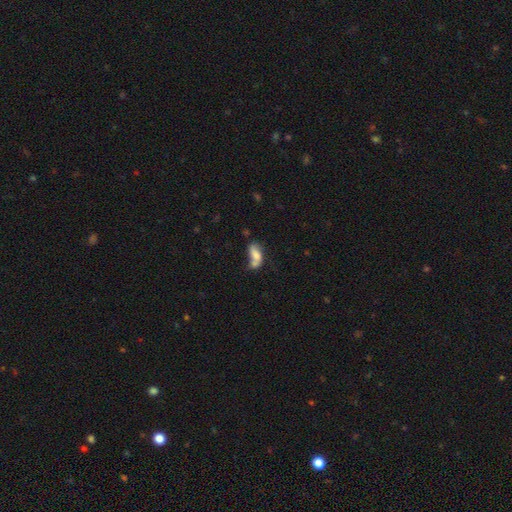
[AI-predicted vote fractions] This appears to be a smooth galaxy with no disk features (66%) that is in between round and cigar-shaped (83%). Merging: merger (42%).